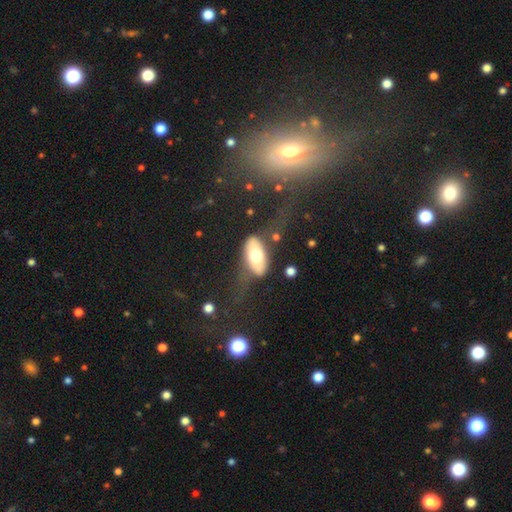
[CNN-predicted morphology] Smooth or featured? Predicted: smooth (p=0.58). How rounded? Predicted: in between (p=0.89). Merging? Predicted: none (p=0.46).